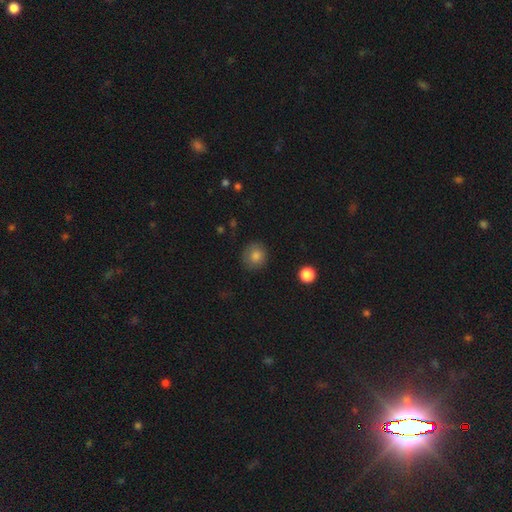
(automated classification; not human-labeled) smooth 82%, star or artifact 10%, featured or disk 8%. Down the decision tree: how rounded — round (88%); merging — none (86%).